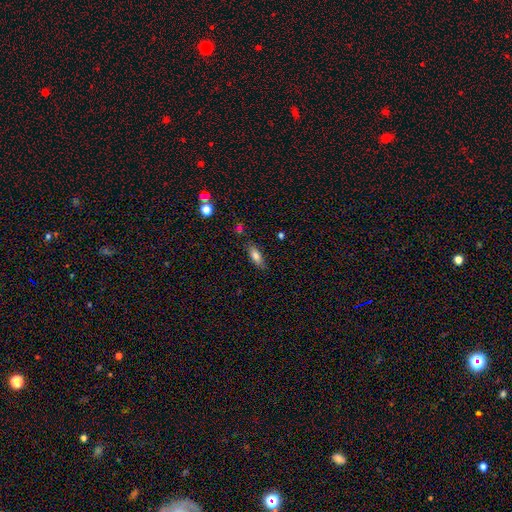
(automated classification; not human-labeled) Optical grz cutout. It shows a smooth galaxy with no disk features (77%) that is in between round and cigar-shaped (74%). Merging: none (78%).